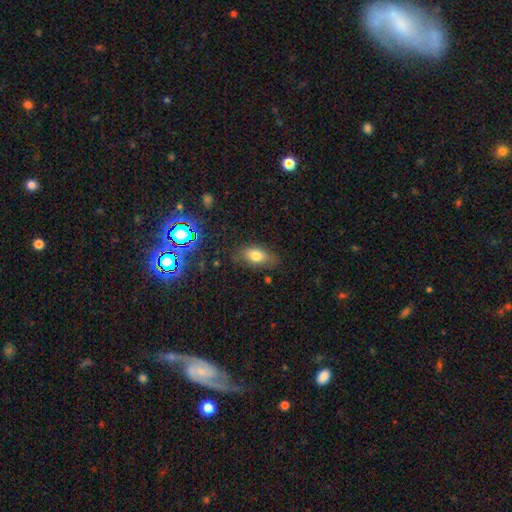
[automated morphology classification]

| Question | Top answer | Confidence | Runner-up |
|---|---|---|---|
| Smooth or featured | smooth | 75% | featured or disk (13%) |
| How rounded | in between | 84% | round (9%) |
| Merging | none | 74% | minor disturbance (19%) |